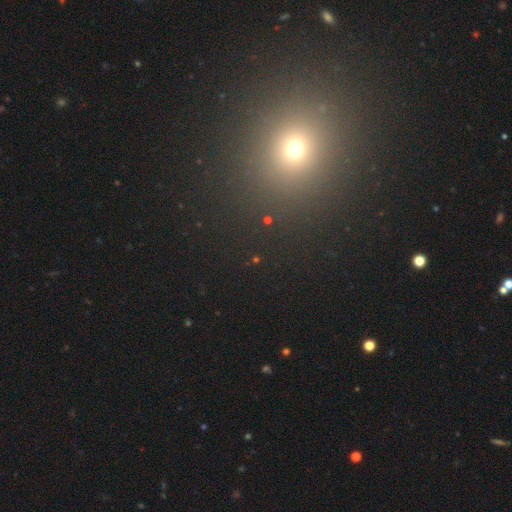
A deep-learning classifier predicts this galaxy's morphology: The model was most divided on "smooth or featured": star or artifact: 49%, smooth: 44%, featured or disk: 7%.